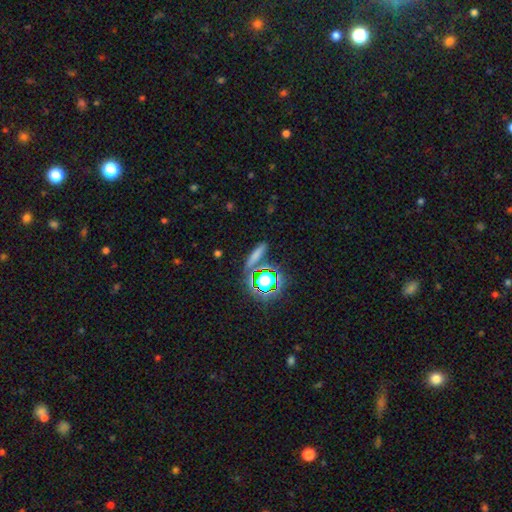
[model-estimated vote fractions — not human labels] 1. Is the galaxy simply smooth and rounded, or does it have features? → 62% smooth, 24% star or artifact, 14% featured or disk.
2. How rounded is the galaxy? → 71% cigar-shaped, 18% in between, 11% round.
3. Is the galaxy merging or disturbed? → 79% none, 10% minor disturbance, 7% merger, 4% major disturbance.